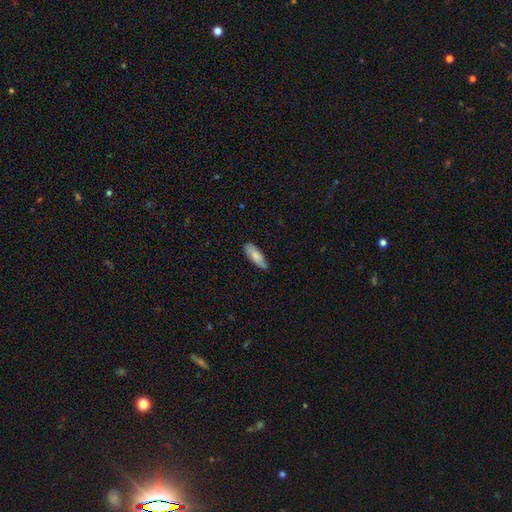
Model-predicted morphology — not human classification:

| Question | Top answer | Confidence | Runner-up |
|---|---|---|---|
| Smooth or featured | smooth | 79% | featured or disk (16%) |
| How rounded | in between | 64% | cigar-shaped (35%) |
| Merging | none | 73% | minor disturbance (23%) |